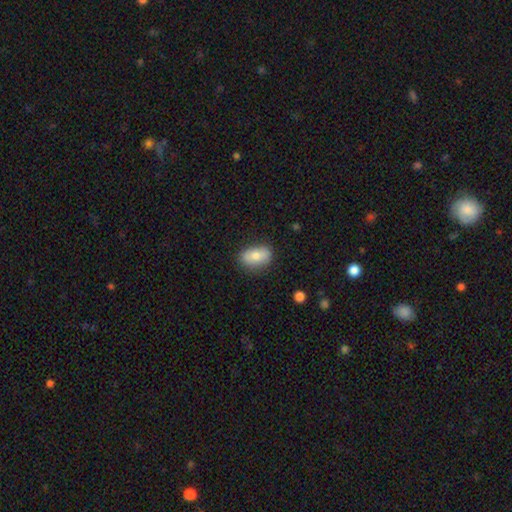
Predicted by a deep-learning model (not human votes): smooth 73%, featured or disk 20%, star or artifact 7%. Down the decision tree: how rounded — in between (86%); merging — none (80%).